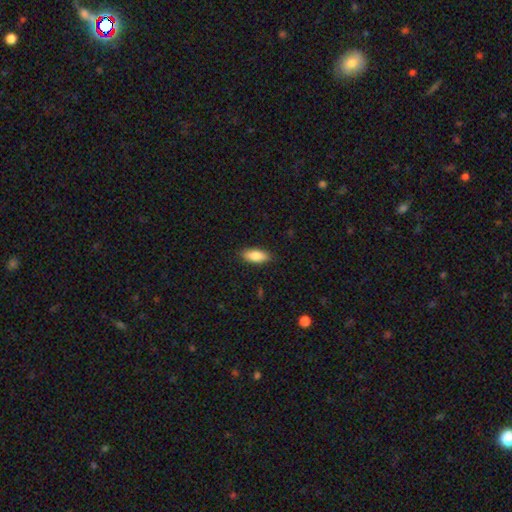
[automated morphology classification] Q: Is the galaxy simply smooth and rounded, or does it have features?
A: smooth — 83%.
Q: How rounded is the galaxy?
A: in between — 81%.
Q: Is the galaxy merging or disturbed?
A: none — 87%.